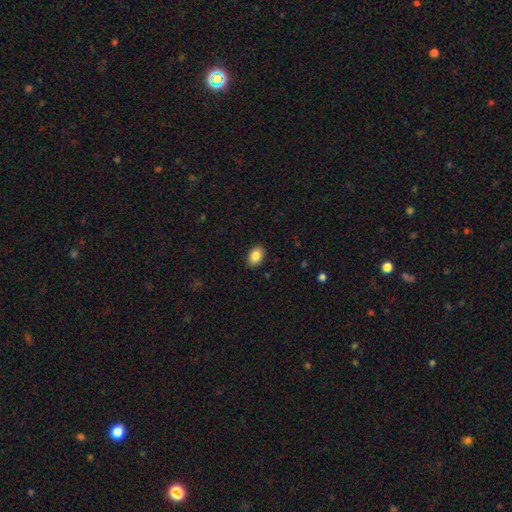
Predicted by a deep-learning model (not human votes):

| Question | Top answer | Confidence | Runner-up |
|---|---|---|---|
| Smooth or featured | smooth | 86% | star or artifact (8%) |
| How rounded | in between | 84% | round (15%) |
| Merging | none | 89% | minor disturbance (8%) |